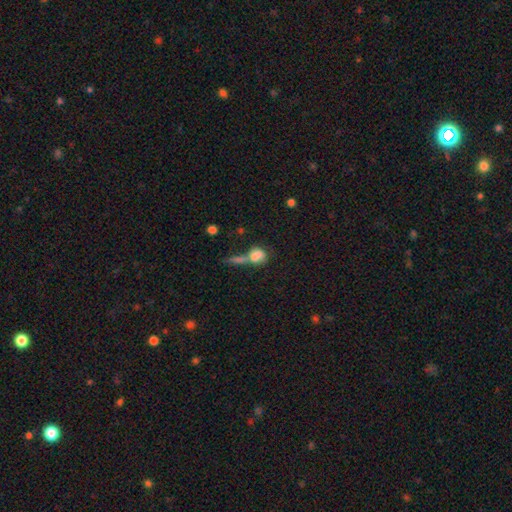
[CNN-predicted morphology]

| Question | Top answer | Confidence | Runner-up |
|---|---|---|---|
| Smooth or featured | smooth | 71% | featured or disk (19%) |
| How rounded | in between | 52% | round (41%) |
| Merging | merger | 52% | none (23%) |